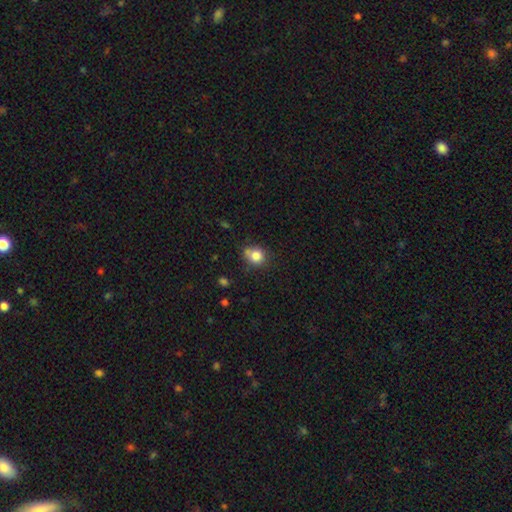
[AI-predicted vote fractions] Q: Smooth or featured?
A: smooth (82%); runner-up: star or artifact (11%)
Q: How rounded?
A: round (79%); runner-up: in between (20%)
Q: Merging?
A: none (60%); runner-up: minor disturbance (21%)